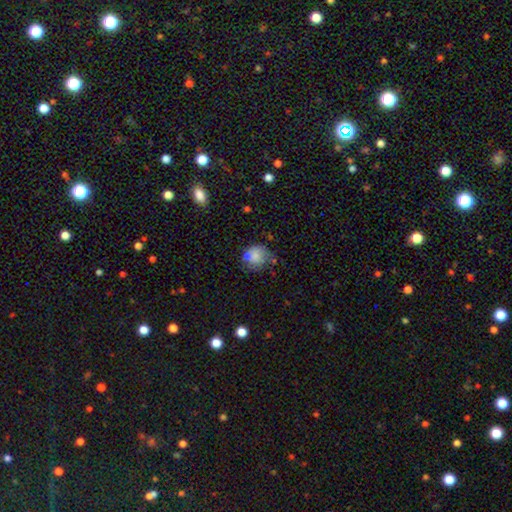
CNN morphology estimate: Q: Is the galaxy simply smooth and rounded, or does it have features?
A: smooth — 76%.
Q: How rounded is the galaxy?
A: round — 72%.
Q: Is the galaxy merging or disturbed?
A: none — 47%.